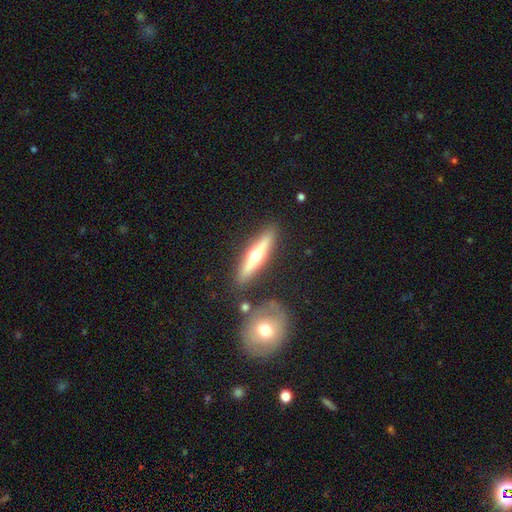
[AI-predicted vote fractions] smooth-or-featured: featured or disk: 59% | smooth: 36% | star or artifact: 6%
  disk-edge-on: yes: 93% | no: 7%
    edge-on-bulge: rounded: 93% | none: 5% | boxy: 2%
  merging: none: 84% | minor disturbance: 9% | merger: 5% | major disturbance: 2%